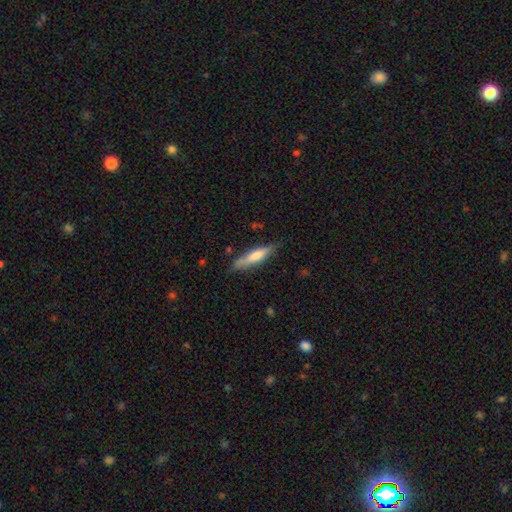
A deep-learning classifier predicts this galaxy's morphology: smooth-or-featured: smooth: 64% | featured or disk: 30% | star or artifact: 6%
  how-rounded: cigar-shaped: 82% | in between: 17% | round: 1%
  merging: none: 78% | minor disturbance: 16% | major disturbance: 3% | merger: 2%